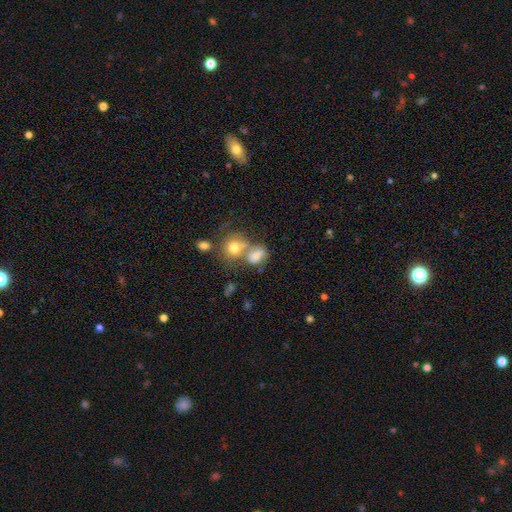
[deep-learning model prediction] A smooth galaxy with no disk features (66%) that is in between round and cigar-shaped (57%).

Vote fractions:
- Smooth or featured? smooth: 66% / featured or disk: 21% / star or artifact: 13%
- How rounded? in between: 57% / round: 41% / cigar-shaped: 2%
- Merging? merger: 46% / none: 31% / minor disturbance: 14% / major disturbance: 9%